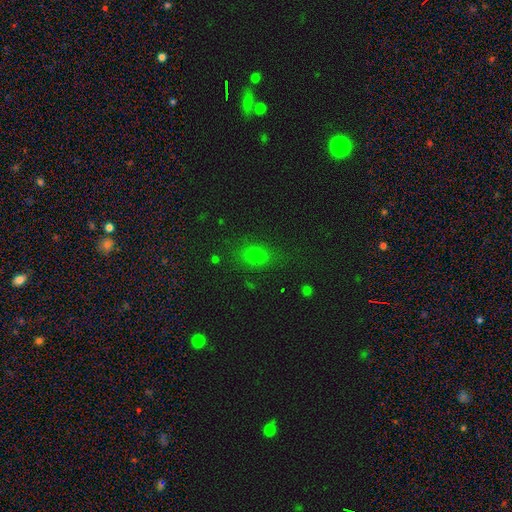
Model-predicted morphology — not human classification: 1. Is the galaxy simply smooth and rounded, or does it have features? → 66% smooth, 24% star or artifact, 10% featured or disk.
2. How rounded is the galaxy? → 63% in between, 33% round, 4% cigar-shaped.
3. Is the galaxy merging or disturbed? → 59% none, 17% minor disturbance, 16% merger, 8% major disturbance.